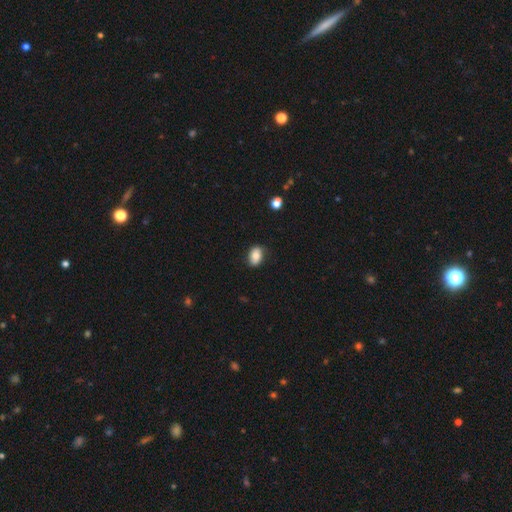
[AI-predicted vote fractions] A smooth galaxy with no disk features (80%) that is in between round and cigar-shaped (83%). Merging: none (83%).